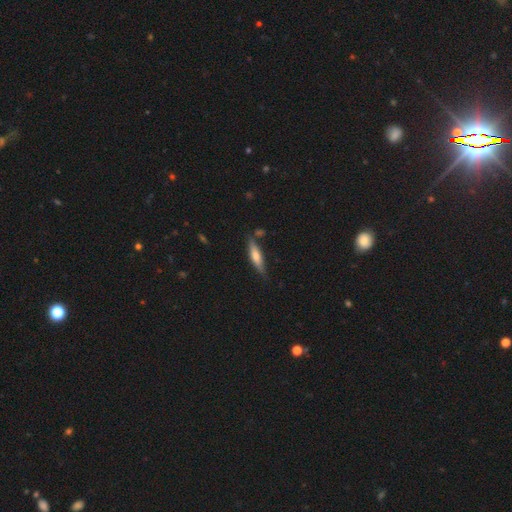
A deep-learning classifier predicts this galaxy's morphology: Smooth or featured: smooth — 55% (featured or disk — 39%)
How rounded: cigar-shaped — 76% (in between — 22%)
Merging: none — 76% (minor disturbance — 16%)